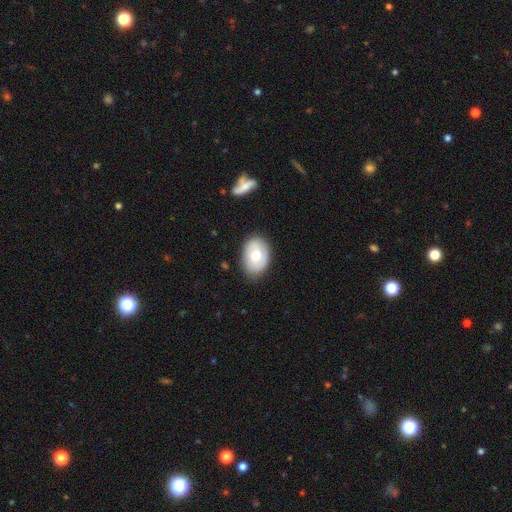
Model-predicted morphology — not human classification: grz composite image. It shows a smooth galaxy with no disk features (60%) that is in between round and cigar-shaped (79%). Merging: none (80%).